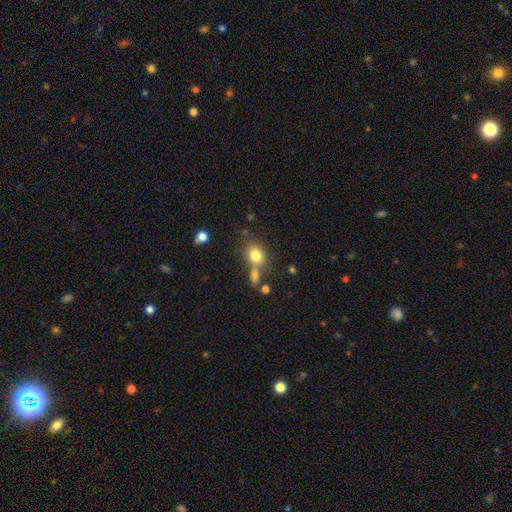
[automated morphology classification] Overall: smooth (79%). How rounded: round (51%; in between 47%). Merging: none (50%; merger 31%).